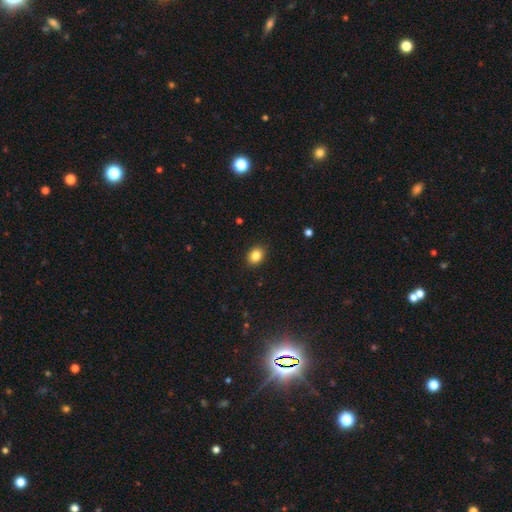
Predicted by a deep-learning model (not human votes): smooth-or-featured: smooth: 85% | star or artifact: 9% | featured or disk: 6%
  how-rounded: in between: 66% | round: 33% | cigar-shaped: 1%
  merging: none: 90% | minor disturbance: 7% | major disturbance: 2% | merger: 1%